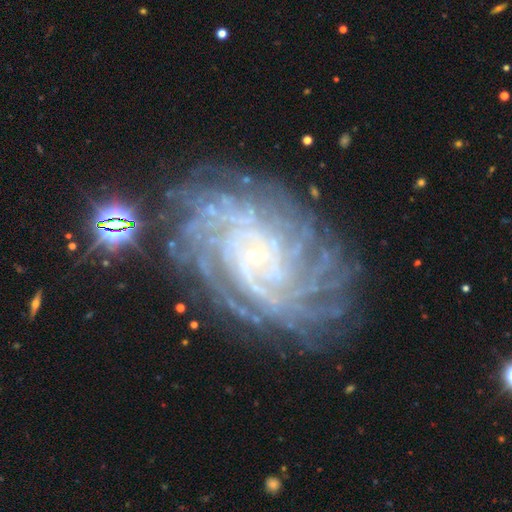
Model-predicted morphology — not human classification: A featured or disk galaxy (88%) with no bar (72%), more than 4 (41%) tight (79%) spiral arms (98%) and a small central bulge (87%). Merging: none (79%).